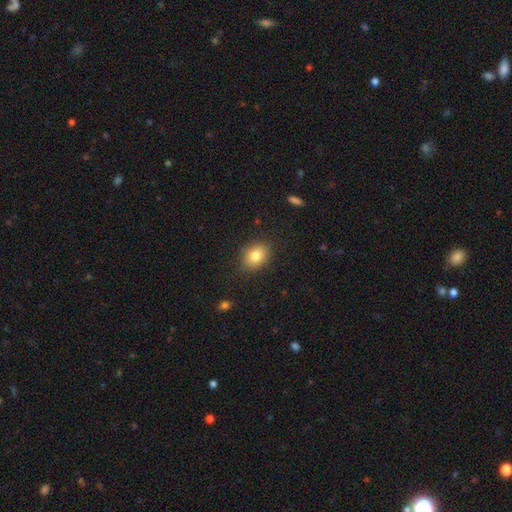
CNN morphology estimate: smooth 82%, star or artifact 10%, featured or disk 9%. Down the decision tree: how rounded — in between (59%); merging — none (85%).